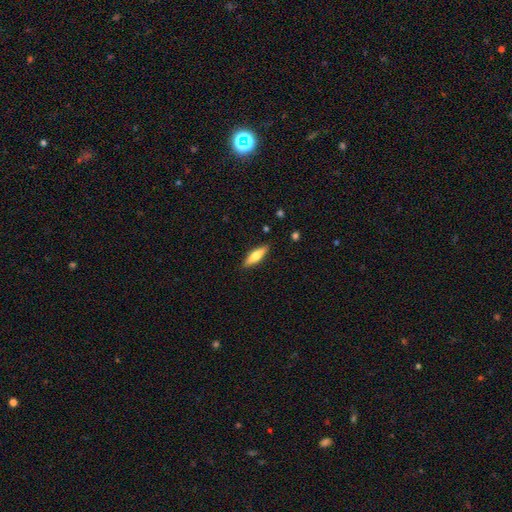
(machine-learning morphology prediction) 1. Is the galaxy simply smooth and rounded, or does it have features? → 59% smooth, 35% featured or disk, 6% star or artifact.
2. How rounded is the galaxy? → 58% cigar-shaped, 40% in between, 2% round.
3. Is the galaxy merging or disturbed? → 88% none, 9% minor disturbance, 2% major disturbance, 1% merger.